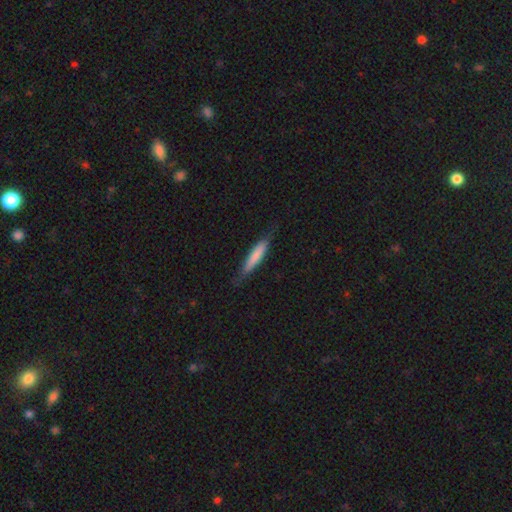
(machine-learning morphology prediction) smooth-or-featured: smooth: 72% | featured or disk: 22% | star or artifact: 6%
  how-rounded: cigar-shaped: 88% | in between: 11% | round: 1%
  merging: none: 78% | minor disturbance: 17% | major disturbance: 4% | merger: 1%